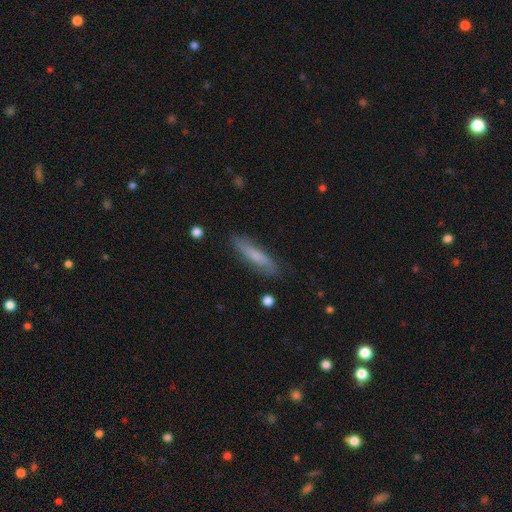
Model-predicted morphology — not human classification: type=smooth (63%); roundness=cigar-shaped (79%); merging=none (82%).